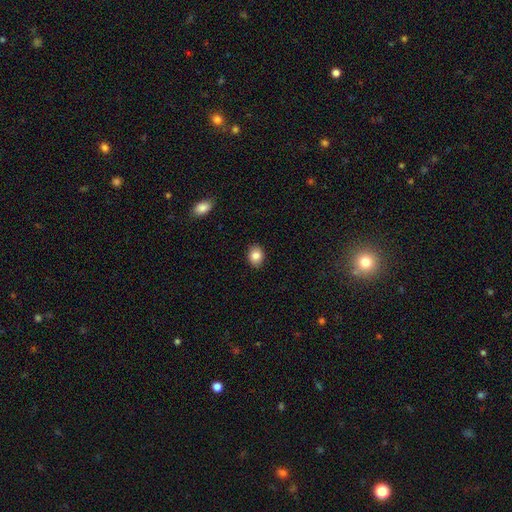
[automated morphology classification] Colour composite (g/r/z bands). It shows a smooth galaxy with no disk features (85%) that is in between round and cigar-shaped (52%). Merging: none (89%).